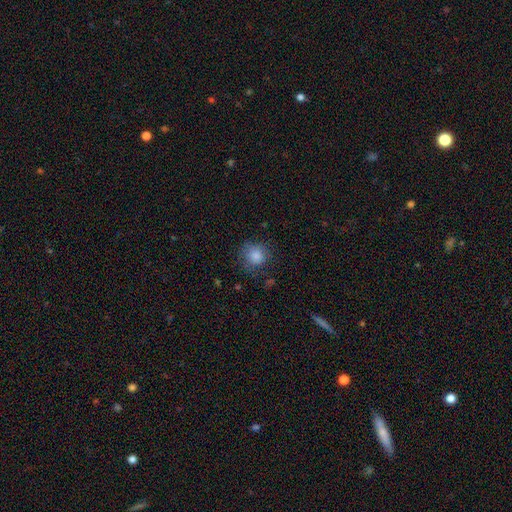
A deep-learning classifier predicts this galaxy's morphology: smooth-or-featured: smooth: 84% | star or artifact: 10% | featured or disk: 7%
  how-rounded: round: 86% | in between: 13% | cigar-shaped: 1%
  merging: none: 69% | minor disturbance: 21% | major disturbance: 8% | merger: 2%